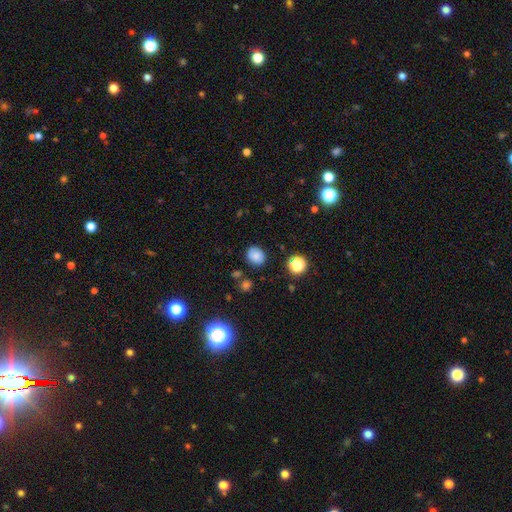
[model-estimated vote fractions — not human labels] Smooth or featured?
  - smooth: 78% *
  - star or artifact: 13%
  - featured or disk: 8%
How rounded?
  - round: 64% *
  - in between: 35%
  - cigar-shaped: 1%
Merging?
  - none: 81% *
  - minor disturbance: 12%
  - major disturbance: 3%
  - merger: 3%